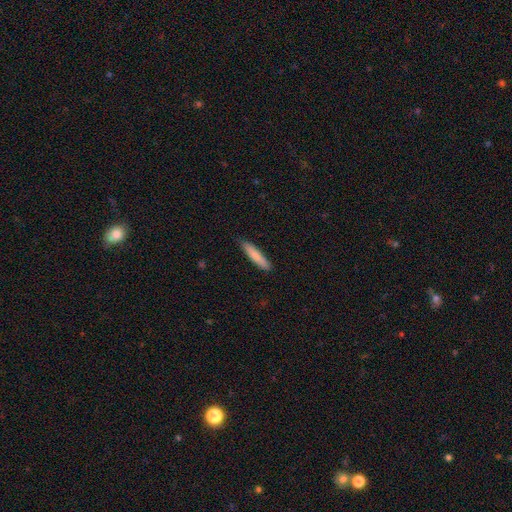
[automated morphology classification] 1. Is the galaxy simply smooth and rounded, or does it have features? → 82% smooth, 13% featured or disk, 5% star or artifact.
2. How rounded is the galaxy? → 87% cigar-shaped, 12% in between, 1% round.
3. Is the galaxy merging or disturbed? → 87% none, 11% minor disturbance, 2% major disturbance, 1% merger.